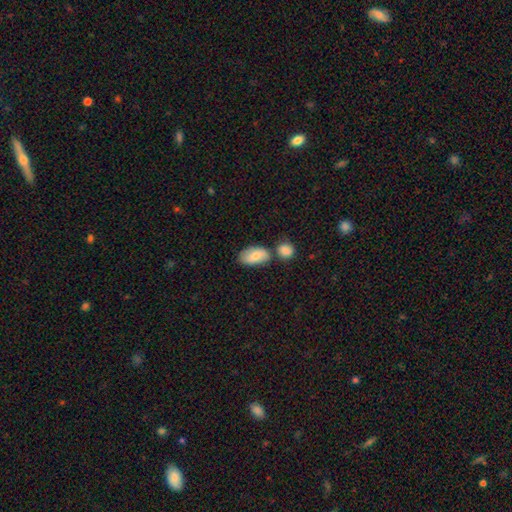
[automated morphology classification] A smooth galaxy with no disk features (80%) that is in between round and cigar-shaped (93%).

Vote fractions:
- Smooth or featured? smooth: 80% / featured or disk: 14% / star or artifact: 7%
- How rounded? in between: 93% / round: 5% / cigar-shaped: 3%
- Merging? none: 54% / merger: 25% / minor disturbance: 16% / major disturbance: 4%